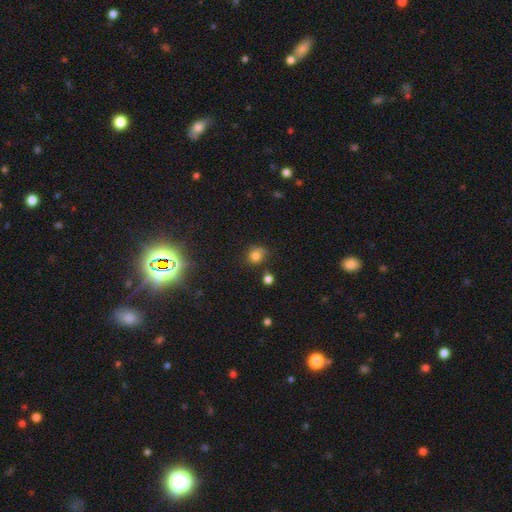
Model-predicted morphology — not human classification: Smooth or featured: smooth — 76% (star or artifact — 16%)
How rounded: round — 80% (in between — 19%)
Merging: none — 60% (minor disturbance — 23%)